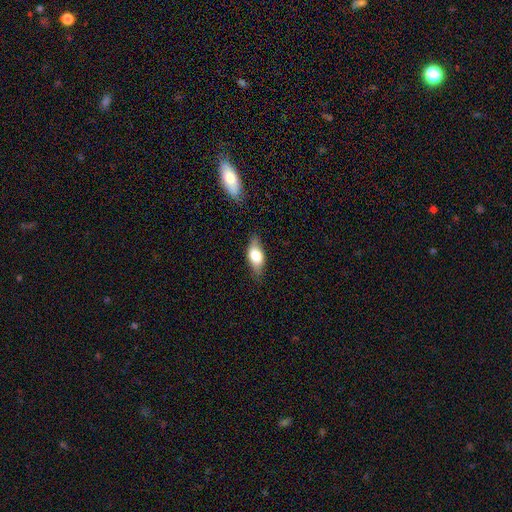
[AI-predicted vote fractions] smooth-or-featured: smooth: 65% | featured or disk: 27% | star or artifact: 7%
  how-rounded: in between: 80% | cigar-shaped: 14% | round: 6%
  merging: none: 75% | minor disturbance: 19% | major disturbance: 5% | merger: 2%